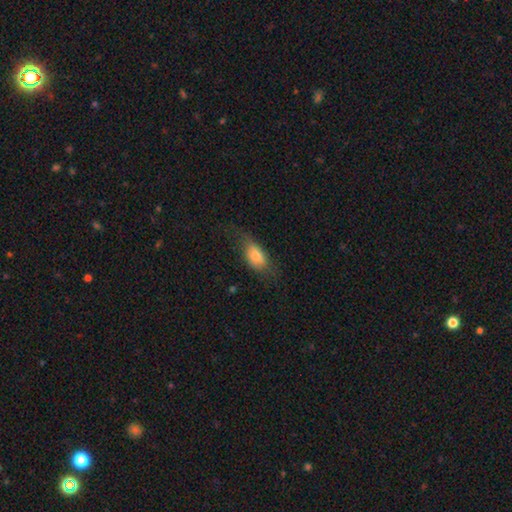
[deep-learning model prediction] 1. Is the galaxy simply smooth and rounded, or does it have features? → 73% smooth, 19% featured or disk, 8% star or artifact.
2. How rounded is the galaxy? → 85% in between, 9% cigar-shaped, 6% round.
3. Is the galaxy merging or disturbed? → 53% none, 29% minor disturbance, 16% major disturbance, 2% merger.